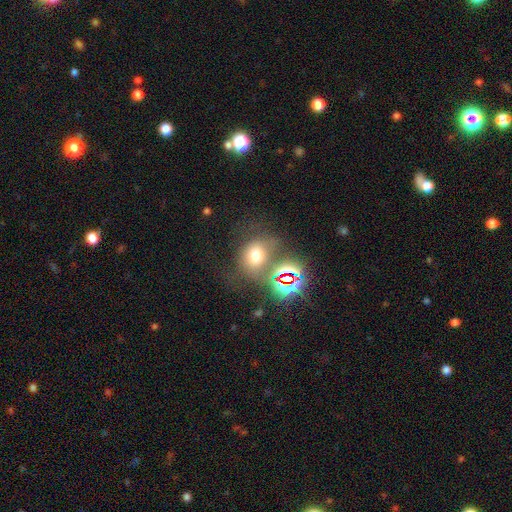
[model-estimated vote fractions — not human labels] Overall: smooth (63%; star or artifact 24%). How rounded: round (62%; in between 37%). Merging: none (49%; merger 21%).